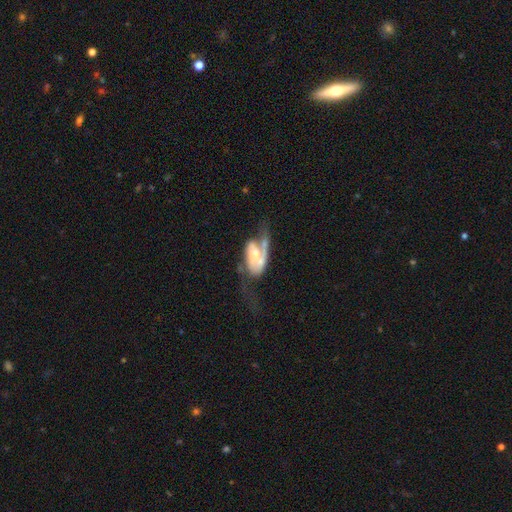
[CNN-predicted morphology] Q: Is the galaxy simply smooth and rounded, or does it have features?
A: featured or disk — 73%.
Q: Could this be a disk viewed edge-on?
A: no — 95%.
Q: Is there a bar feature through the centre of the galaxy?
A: no — 49%.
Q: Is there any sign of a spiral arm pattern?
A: yes — 80%.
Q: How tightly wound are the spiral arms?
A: loose — 41%.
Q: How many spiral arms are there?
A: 2 — 46%.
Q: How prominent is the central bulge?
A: moderate — 43%.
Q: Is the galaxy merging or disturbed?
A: major disturbance — 45%.